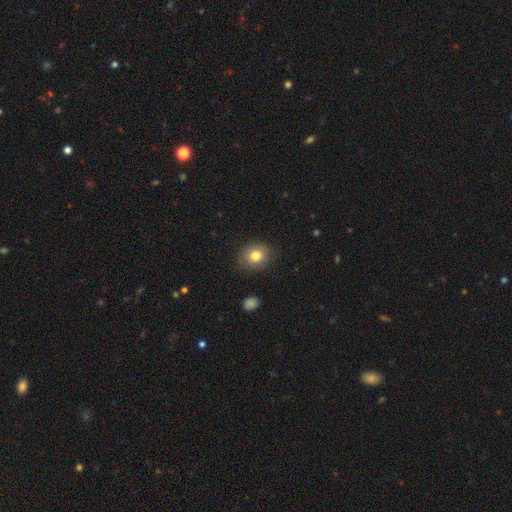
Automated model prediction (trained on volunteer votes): Q: Smooth or featured?
A: smooth (81%); runner-up: star or artifact (10%)
Q: How rounded?
A: round (70%); runner-up: in between (29%)
Q: Merging?
A: none (86%); runner-up: minor disturbance (10%)